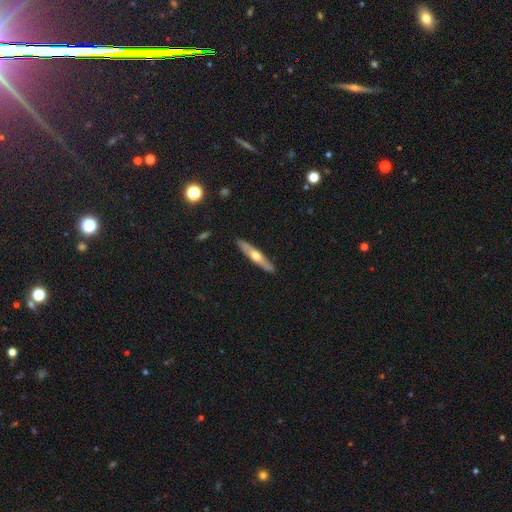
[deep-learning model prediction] The model was most divided on "smooth or featured": featured or disk: 52%, smooth: 43%, star or artifact: 5%. More confident: merging — none (89%); edge-on disk — yes (88%).